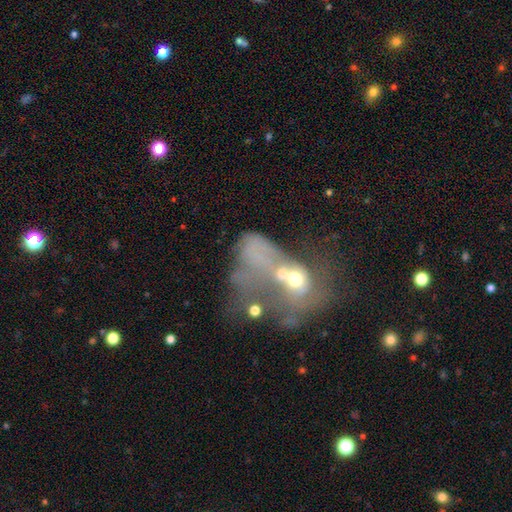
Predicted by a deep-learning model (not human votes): smooth-or-featured: featured or disk: 51% | smooth: 33% | star or artifact: 16%
  disk-edge-on: no: 96% | yes: 4%
  merging: merger: 66% | major disturbance: 22% | none: 7% | minor disturbance: 5%